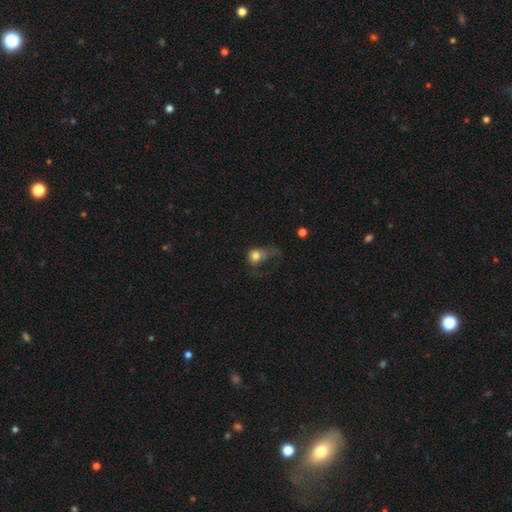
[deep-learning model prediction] Smooth or featured? smooth (72%)
How rounded? round (63%)
Merging? major disturbance (62%)